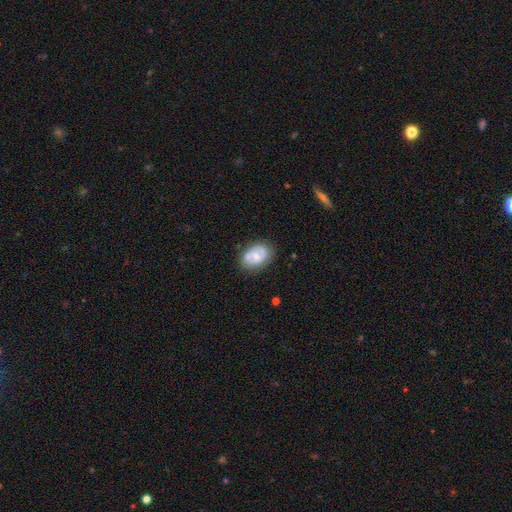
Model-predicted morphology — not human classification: smooth_or_featured: featured or disk (p=0.49) [alt: smooth p=0.44]
merging: none (p=0.72) [alt: minor disturbance p=0.19]